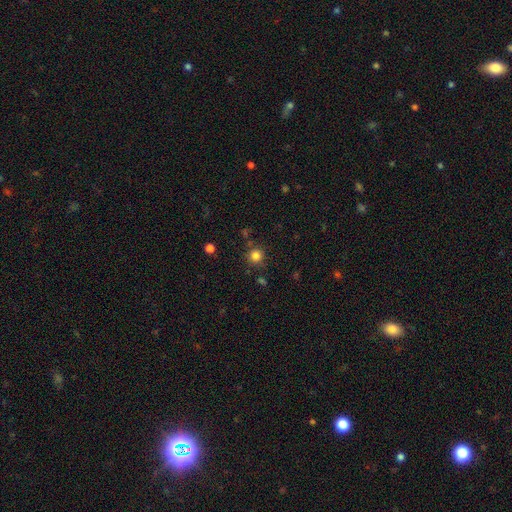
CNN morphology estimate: Q: Smooth or featured?
A: smooth (82%); runner-up: star or artifact (13%)
Q: How rounded?
A: round (93%); runner-up: in between (6%)
Q: Merging?
A: none (83%); runner-up: minor disturbance (9%)